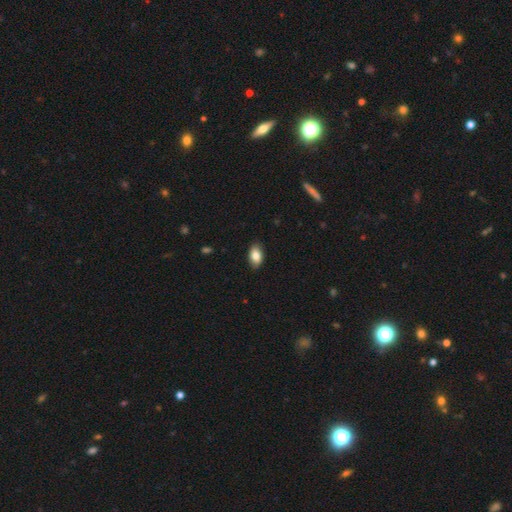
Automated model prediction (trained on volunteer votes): The model was most divided on "smooth or featured": smooth: 83%, featured or disk: 10%, star or artifact: 7%. More confident: how rounded — in between (92%); merging — none (87%).